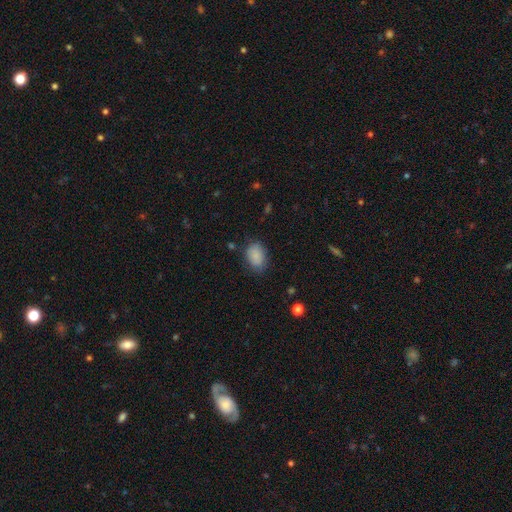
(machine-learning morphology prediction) Overall: smooth (85%). How rounded: in between (81%). Merging: none (74%).